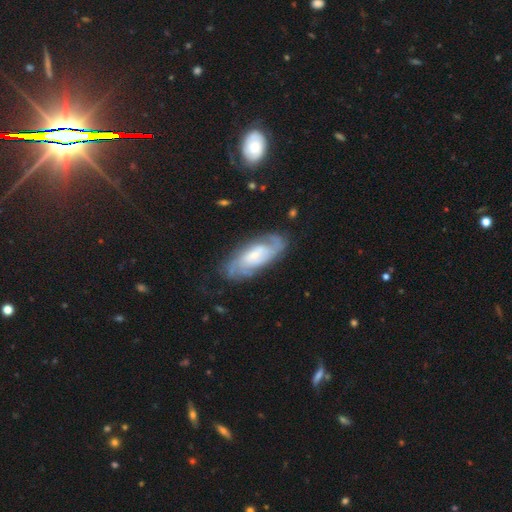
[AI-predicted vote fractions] smooth_or_featured: featured or disk (p=0.81) [alt: smooth p=0.13]
disk_edge_on: no (p=0.92) [alt: yes p=0.08]
bar: no (p=0.53) [alt: weak p=0.37]
has_spiral_arms: yes (p=0.96) [alt: no p=0.04]
spiral_winding: tight (p=0.58) [alt: medium p=0.34]
spiral_arm_count: 2 (p=0.46) [alt: can't tell p=0.28]
bulge_size: small (p=0.58) [alt: moderate p=0.29]
merging: none (p=0.75) [alt: minor disturbance p=0.17]